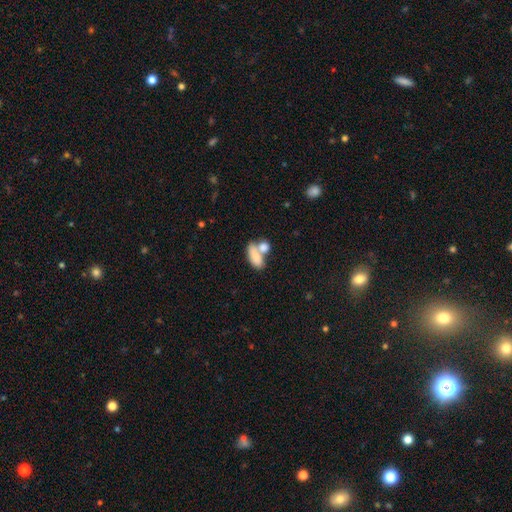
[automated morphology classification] Smooth or featured: smooth — 79% (featured or disk — 13%)
How rounded: in between — 82% (cigar-shaped — 11%)
Merging: merger — 54% (none — 29%)